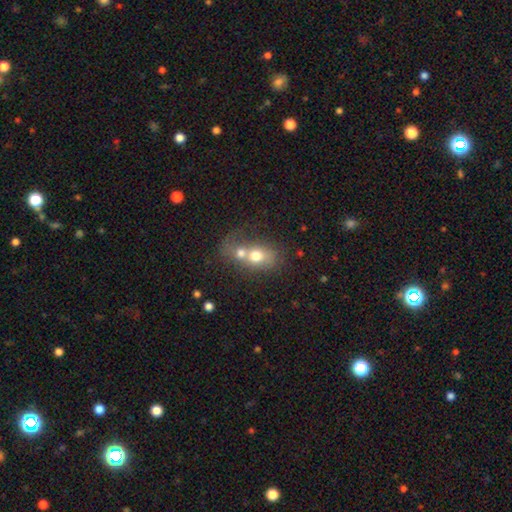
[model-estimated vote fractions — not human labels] Smooth or featured? smooth (65%)
How rounded? round (49%, tied with in between)
Merging? merger (70%)